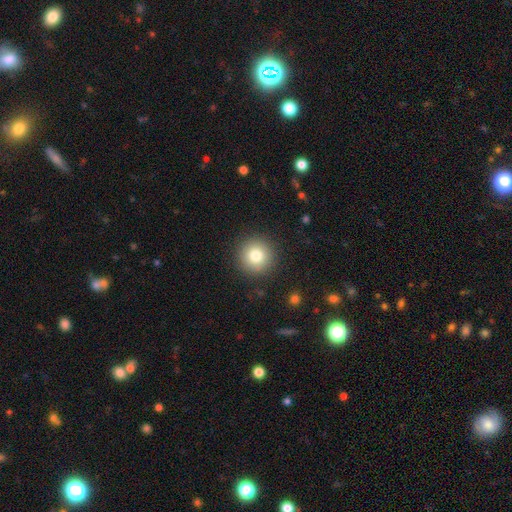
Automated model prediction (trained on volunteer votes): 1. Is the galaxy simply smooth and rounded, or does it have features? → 80% smooth, 11% star or artifact, 10% featured or disk.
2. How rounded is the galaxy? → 96% round, 4% in between, 1% cigar-shaped.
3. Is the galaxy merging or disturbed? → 91% none, 6% minor disturbance, 2% major disturbance, 1% merger.